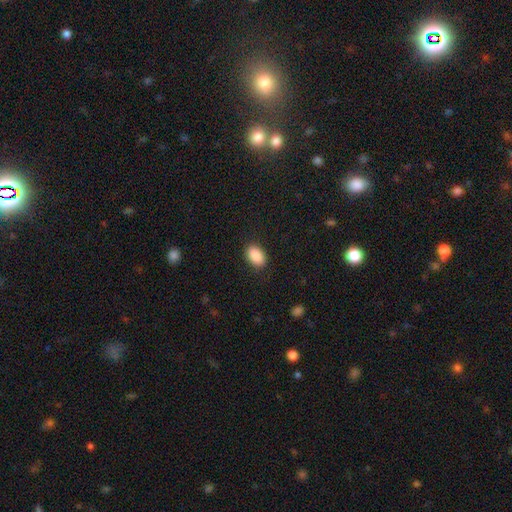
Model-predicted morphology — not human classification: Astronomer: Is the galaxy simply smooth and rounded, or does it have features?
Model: smooth — 90%.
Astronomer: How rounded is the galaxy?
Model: in between — 90%.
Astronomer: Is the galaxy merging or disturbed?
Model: none — 88%.